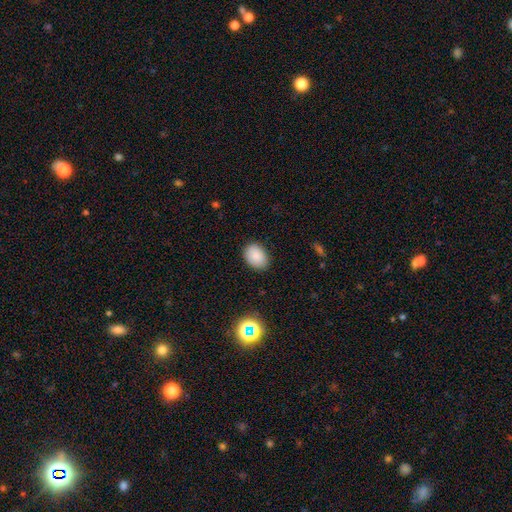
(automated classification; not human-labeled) Smooth or featured?
  - smooth: 86% *
  - star or artifact: 9%
  - featured or disk: 5%
How rounded?
  - in between: 77% *
  - round: 22%
  - cigar-shaped: 1%
Merging?
  - none: 85% *
  - minor disturbance: 11%
  - major disturbance: 2%
  - merger: 1%